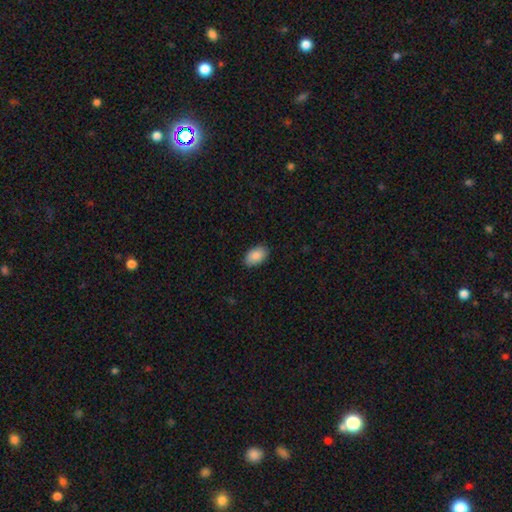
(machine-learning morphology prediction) Overall: smooth (89%). How rounded: in between (93%). Merging: none (88%).